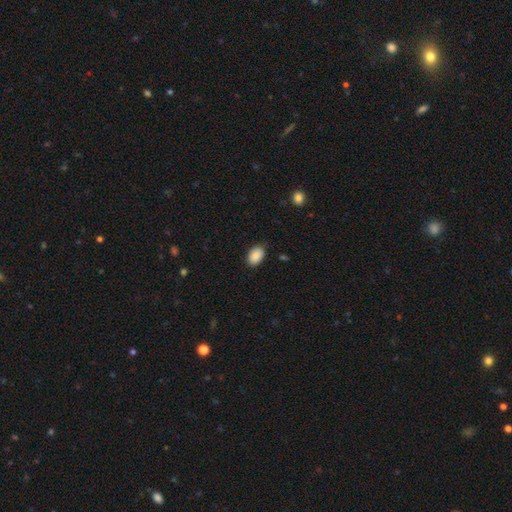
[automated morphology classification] Overall: smooth (90%). How rounded: in between (88%). Merging: none (86%).